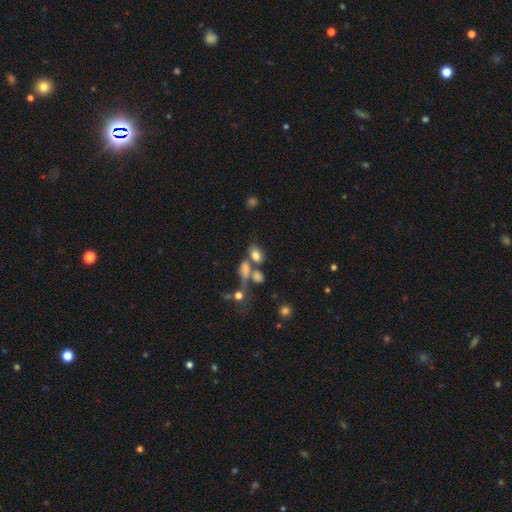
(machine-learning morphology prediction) Smooth or featured?
  - smooth: 75% *
  - star or artifact: 13%
  - featured or disk: 12%
How rounded?
  - in between: 81% *
  - round: 17%
  - cigar-shaped: 3%
Merging?
  - merger: 42% *
  - none: 38%
  - minor disturbance: 12%
  - major disturbance: 9%